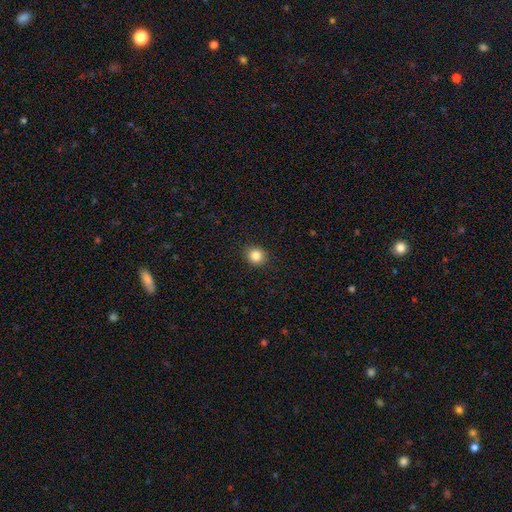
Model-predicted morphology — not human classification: A smooth galaxy with no disk features (85%) that is round (83%). Merging: none (91%).